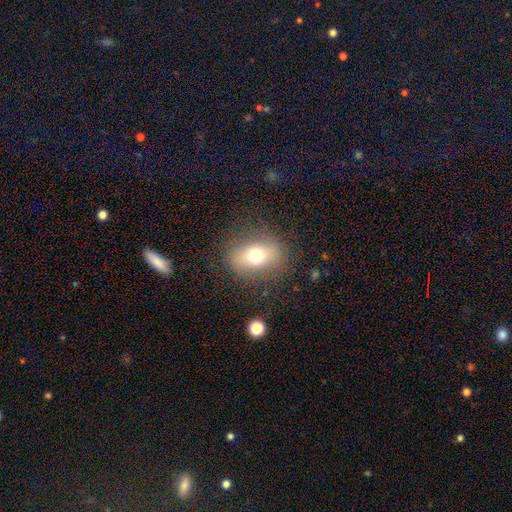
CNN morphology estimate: This is likely a smooth galaxy (66%). How rounded: likely in between (63%). Merging: clearly none (80%).